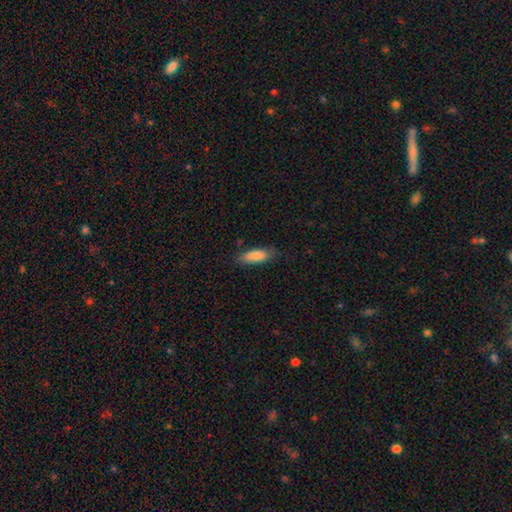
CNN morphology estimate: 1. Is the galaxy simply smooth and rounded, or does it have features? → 85% smooth, 9% featured or disk, 6% star or artifact.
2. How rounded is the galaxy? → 61% in between, 37% cigar-shaped, 2% round.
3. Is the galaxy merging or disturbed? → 77% none, 18% minor disturbance, 4% major disturbance, 1% merger.